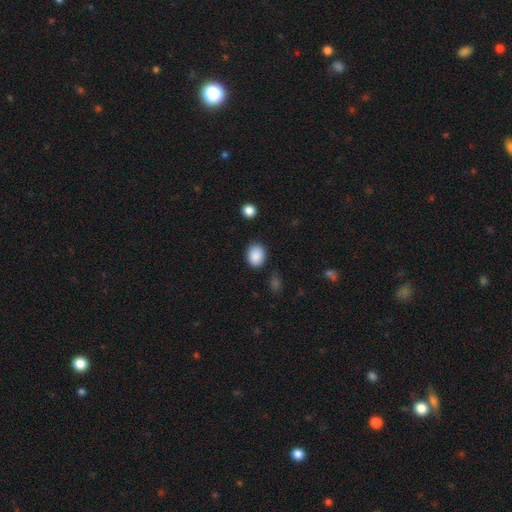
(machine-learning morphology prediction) Smooth or featured? smooth (89%)
How rounded? in between (55%)
Merging? none (84%)